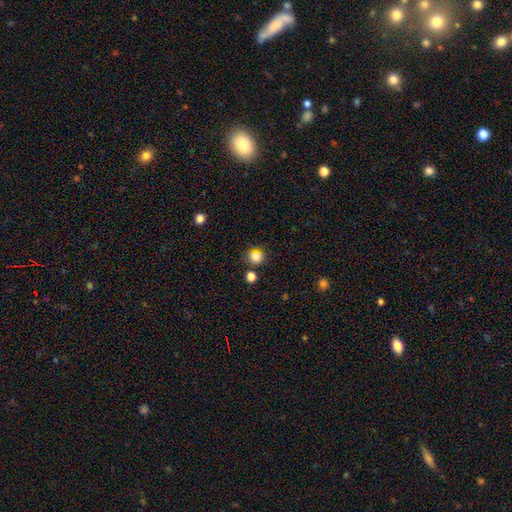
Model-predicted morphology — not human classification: smooth_or_featured: smooth (p=0.80) [alt: star or artifact p=0.15]
how_rounded: round (p=0.80) [alt: in between p=0.19]
merging: none (p=0.75) [alt: minor disturbance p=0.13]